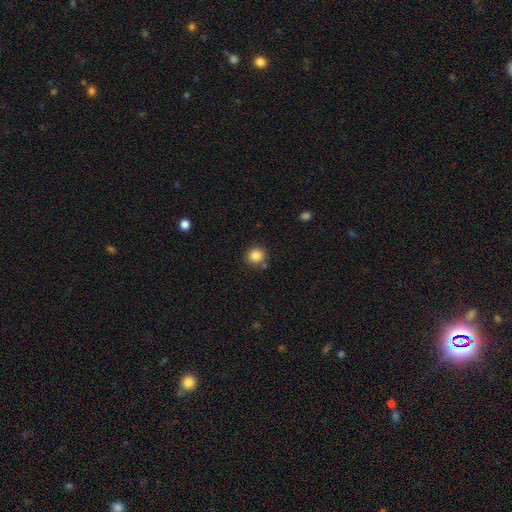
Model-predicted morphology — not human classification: Smooth or featured? Predicted: smooth (p=0.85). How rounded? Predicted: round (p=0.85). Merging? Predicted: none (p=0.81).